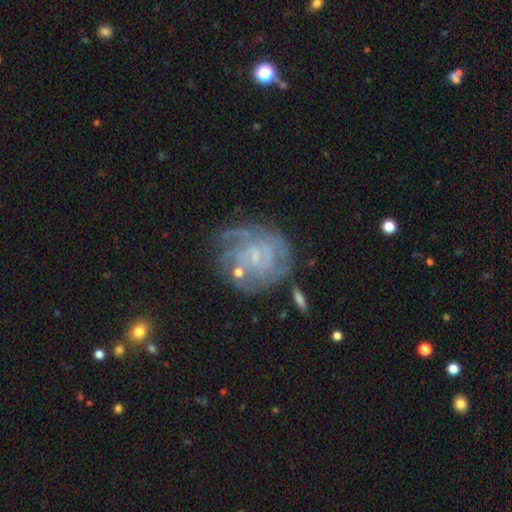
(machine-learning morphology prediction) A featured or disk galaxy (78%) with no bar (57%), tight (61%) spiral arms (87%) and a small central bulge (68%). Merging: none (56%).